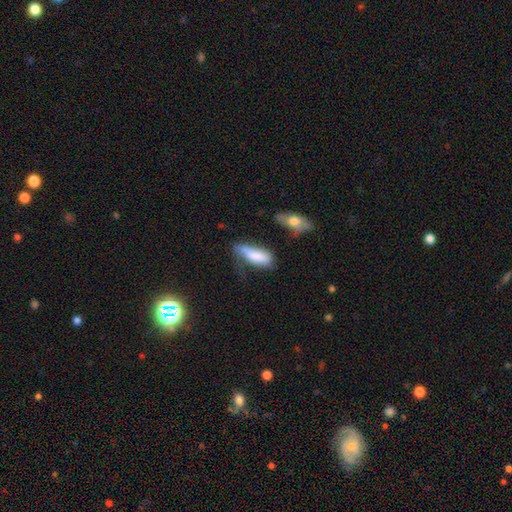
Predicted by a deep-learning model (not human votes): Overall: smooth (78%). How rounded: in between (63%; cigar-shaped 35%). Merging: minor disturbance (35%; none 32%).